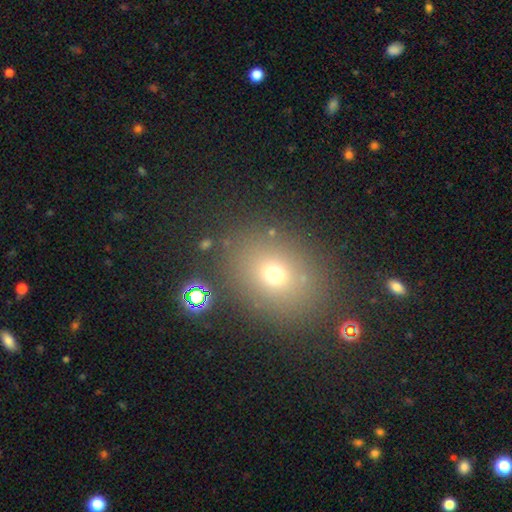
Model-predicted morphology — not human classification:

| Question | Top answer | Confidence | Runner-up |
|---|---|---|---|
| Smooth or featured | smooth | 66% | star or artifact (21%) |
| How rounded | round | 52% | in between (47%) |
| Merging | none | 84% | minor disturbance (9%) |